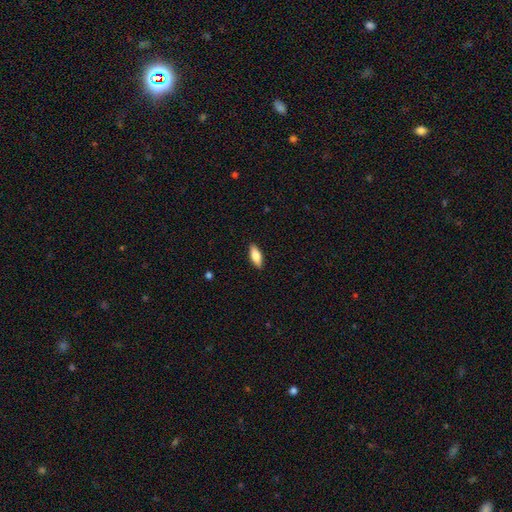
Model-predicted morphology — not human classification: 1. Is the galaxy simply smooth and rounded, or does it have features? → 74% smooth, 20% featured or disk, 6% star or artifact.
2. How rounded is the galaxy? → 72% in between, 25% cigar-shaped, 2% round.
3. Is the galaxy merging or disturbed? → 89% none, 8% minor disturbance, 2% major disturbance, 1% merger.